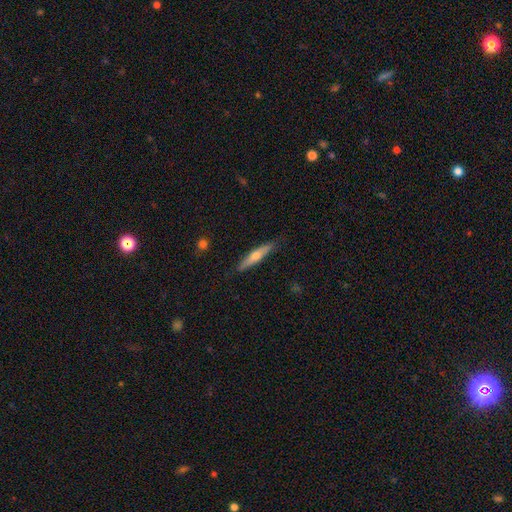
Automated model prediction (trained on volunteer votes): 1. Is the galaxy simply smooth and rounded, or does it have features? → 49% featured or disk, 45% smooth, 6% star or artifact.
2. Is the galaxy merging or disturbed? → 87% none, 10% minor disturbance, 2% major disturbance, 1% merger.